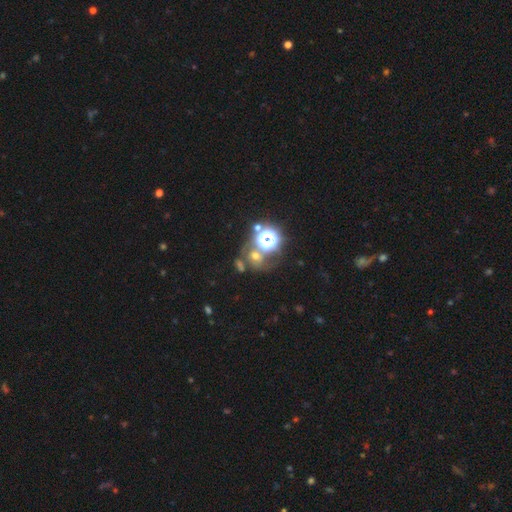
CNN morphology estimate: type=smooth (45%); merging=none (47%).